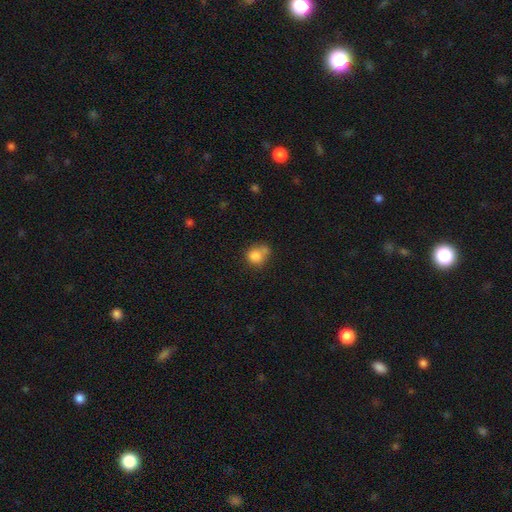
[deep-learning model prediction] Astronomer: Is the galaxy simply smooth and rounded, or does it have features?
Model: smooth — 81%.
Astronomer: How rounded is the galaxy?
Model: round — 72%.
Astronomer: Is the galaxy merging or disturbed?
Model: none — 42% (runner-up: merger, 29%).